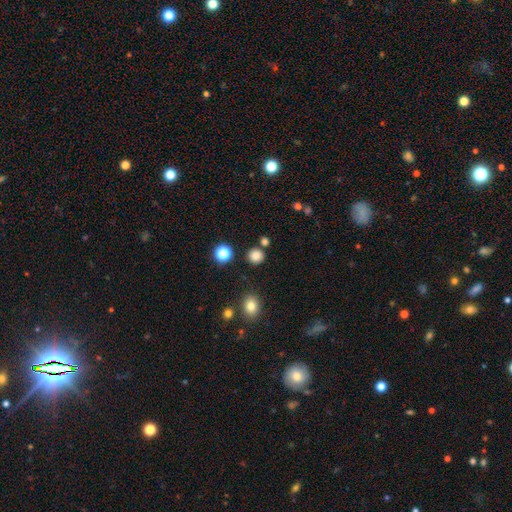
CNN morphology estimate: Smooth or featured? Predicted: smooth (p=0.83). How rounded? Predicted: round (p=0.91). Merging? Predicted: none (p=0.84).